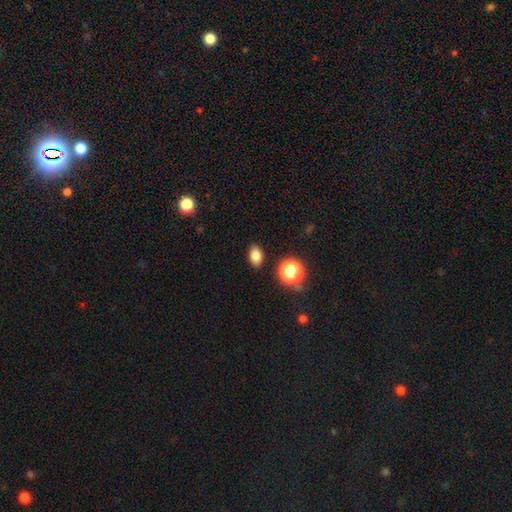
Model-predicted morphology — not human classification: A smooth galaxy with no disk features (80%) that is in between round and cigar-shaped (79%).

Vote fractions:
- Smooth or featured? smooth: 80% / star or artifact: 13% / featured or disk: 7%
- How rounded? in between: 79% / round: 19% / cigar-shaped: 2%
- Merging? none: 87% / minor disturbance: 8% / major disturbance: 2% / merger: 2%